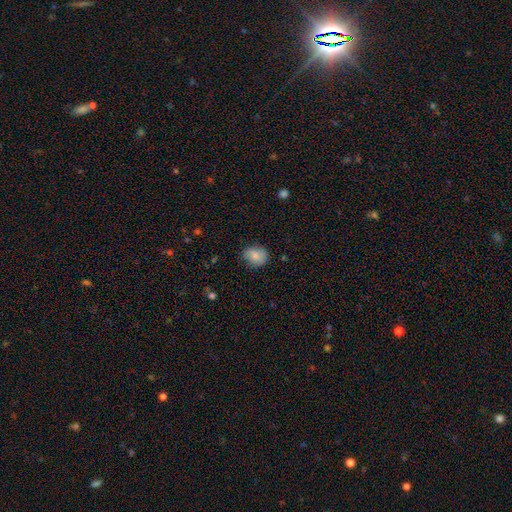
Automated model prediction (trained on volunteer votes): Smooth or featured: smooth — 83% (featured or disk — 9%)
How rounded: round — 55% (in between — 44%)
Merging: none — 75% (minor disturbance — 20%)